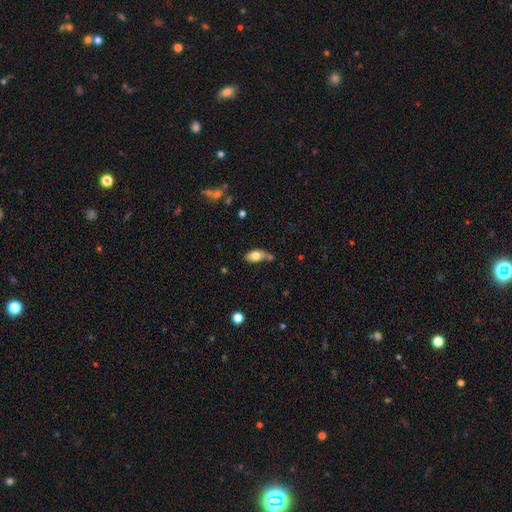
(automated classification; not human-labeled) Smooth or featured? smooth (74%)
How rounded? in between (89%)
Merging? none (49%)